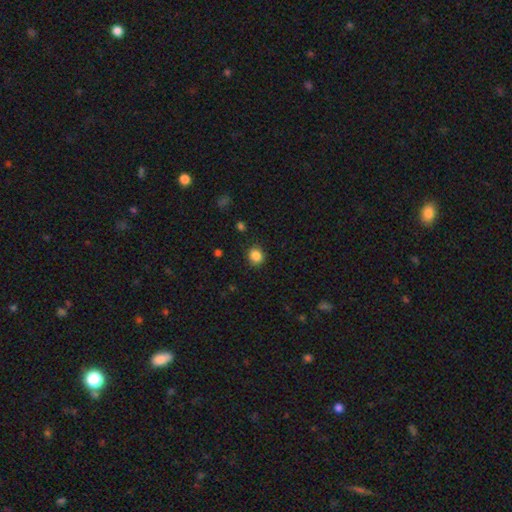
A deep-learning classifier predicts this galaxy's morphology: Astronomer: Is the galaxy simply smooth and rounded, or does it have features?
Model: smooth — 85%.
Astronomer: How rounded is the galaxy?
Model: round — 83%.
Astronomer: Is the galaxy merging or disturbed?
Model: none — 89%.